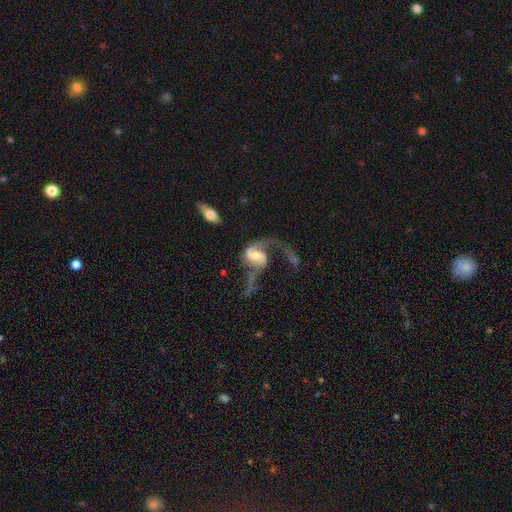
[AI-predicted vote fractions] A featured or disk galaxy (83%) with a weak bar (45%), 2 (75%) loose (62%) spiral arms (92%) and a moderate central bulge (57%).

Vote fractions:
- Smooth or featured? featured or disk: 83% / smooth: 11% / star or artifact: 6%
- Edge-on disk? no: 97% / yes: 3%
- Bar? weak: 45% / no: 40% / strong: 15%
- Spiral arms? yes: 92% / no: 8%
- Spiral winding? loose: 62% / medium: 30% / tight: 8%
- Spiral arm count? 2: 75% / 1: 17% / can't tell: 4% / 3: 2% / 4: 1% / more than 4: 1%
- Bulge size? moderate: 57% / small: 28% / large: 10% / none: 4% / dominant: 2%
- Merging? major disturbance: 49% / none: 26% / minor disturbance: 13% / merger: 12%